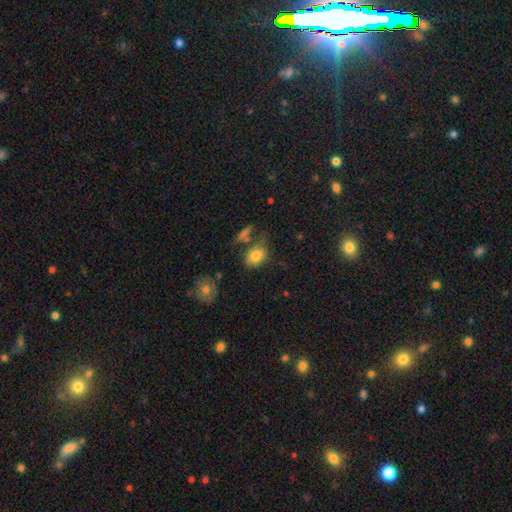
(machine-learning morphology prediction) smooth_or_featured: smooth (p=0.81) [alt: featured or disk p=0.10]
how_rounded: in between (p=0.70) [alt: round p=0.28]
merging: none (p=0.53) [alt: minor disturbance p=0.23]